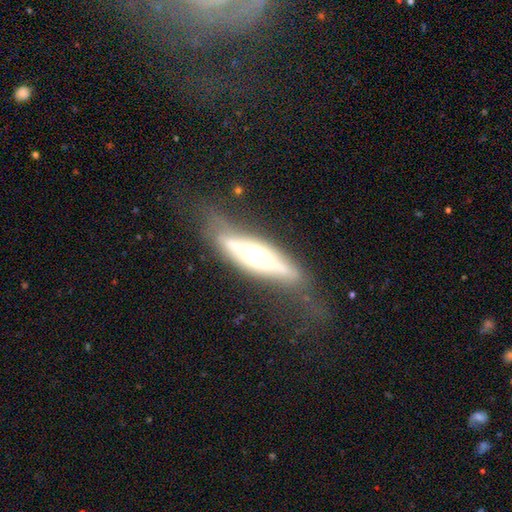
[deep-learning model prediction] This appears to be a featured or disk galaxy (67%) viewed edge-on (70%). Merging: none (48%).